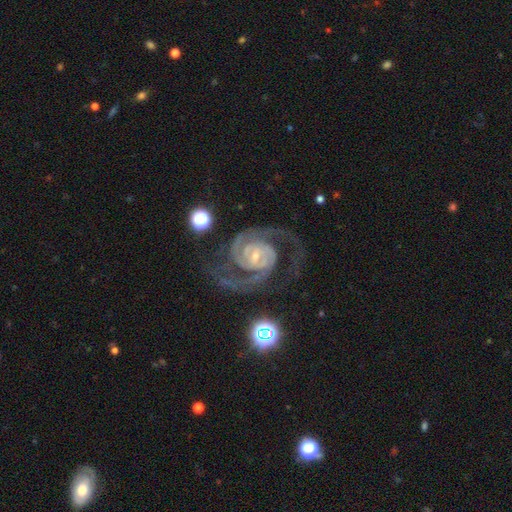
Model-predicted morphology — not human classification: A featured or disk galaxy (93%) with no bar (43%), 2 (85%) tight (49%) spiral arms (99%) and a small central bulge (73%).

Vote fractions:
- Smooth or featured? featured or disk: 93% / star or artifact: 4% / smooth: 3%
- Edge-on disk? no: 98% / yes: 2%
- Bar? no: 43% / weak: 39% / strong: 18%
- Spiral arms? yes: 99% / no: 1%
- Spiral winding? tight: 49% / medium: 44% / loose: 7%
- Spiral arm count? 2: 85% / 3: 6% / can't tell: 3% / 4: 2% / 1: 2% / more than 4: 2%
- Bulge size? small: 73% / moderate: 22% / none: 2% / large: 2% / dominant: 1%
- Merging? none: 68% / minor disturbance: 15% / major disturbance: 14% / merger: 3%